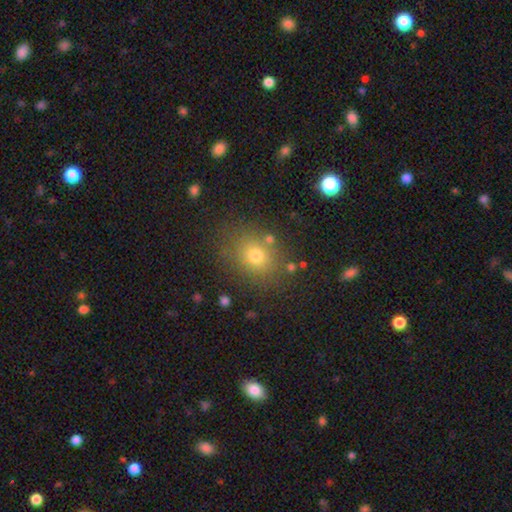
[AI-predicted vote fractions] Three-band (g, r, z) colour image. It shows a smooth galaxy with no disk features (72%) that is round (61%). Merging: none (80%).